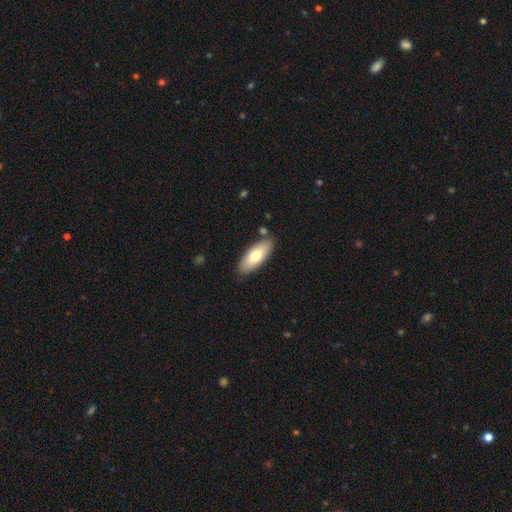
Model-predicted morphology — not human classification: smooth-or-featured: smooth: 70% | featured or disk: 24% | star or artifact: 6%
  how-rounded: in between: 75% | cigar-shaped: 23% | round: 2%
  merging: none: 85% | minor disturbance: 10% | merger: 3% | major disturbance: 2%